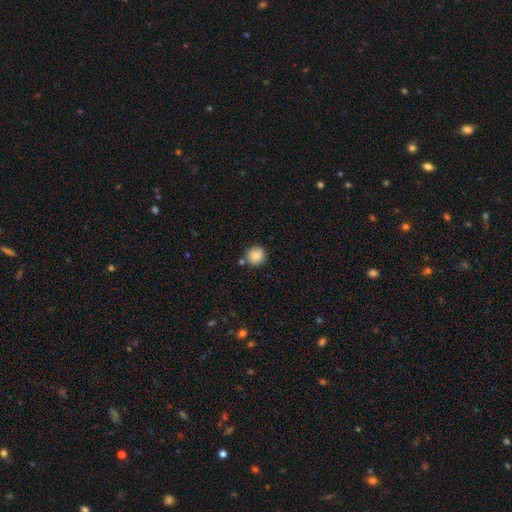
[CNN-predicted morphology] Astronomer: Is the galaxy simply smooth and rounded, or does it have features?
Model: smooth — 85%.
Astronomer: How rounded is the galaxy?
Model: round — 93%.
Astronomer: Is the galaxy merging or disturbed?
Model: none — 78%.